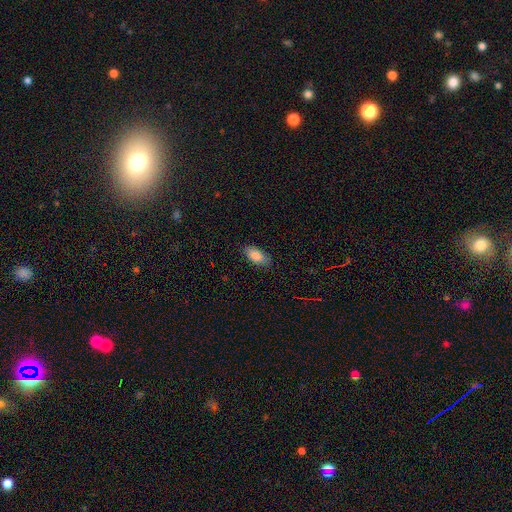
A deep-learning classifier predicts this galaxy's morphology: Smooth or featured: smooth — 86% (star or artifact — 7%)
How rounded: in between — 90% (cigar-shaped — 7%)
Merging: none — 83% (minor disturbance — 13%)